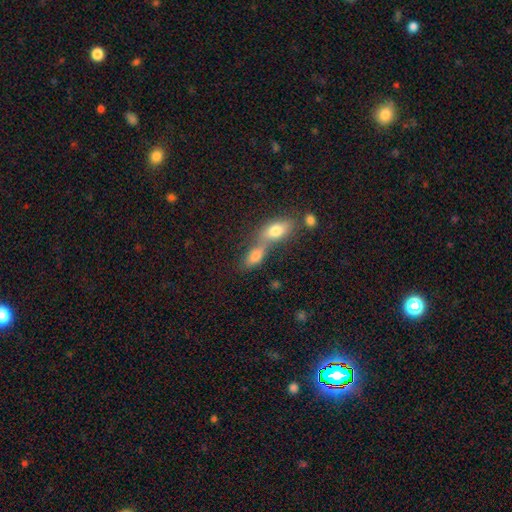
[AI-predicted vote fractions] This appears to be a smooth galaxy with no disk features (76%) that is in between round and cigar-shaped (80%). Merging: merger (65%).